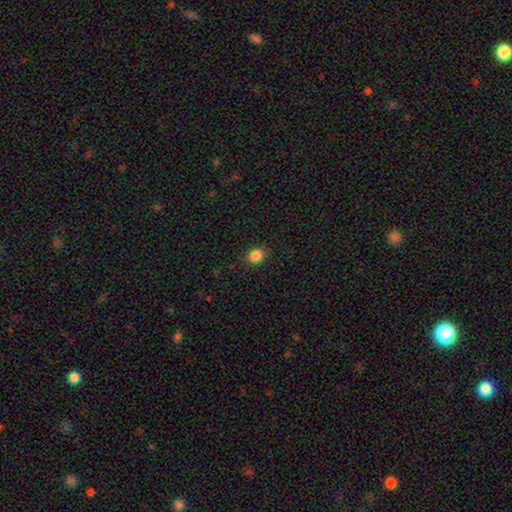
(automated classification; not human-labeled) A smooth galaxy with no disk features (86%) that is round (60%). Merging: none (88%).